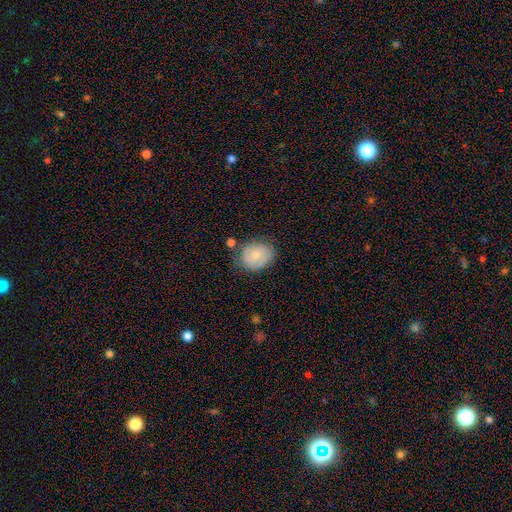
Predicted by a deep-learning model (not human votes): smooth-or-featured: smooth: 68% | featured or disk: 25% | star or artifact: 8%
  how-rounded: round: 54% | in between: 45% | cigar-shaped: 1%
  merging: none: 63% | minor disturbance: 25% | major disturbance: 7% | merger: 5%